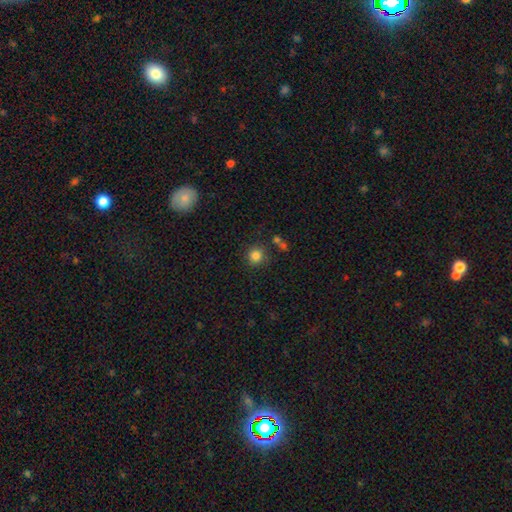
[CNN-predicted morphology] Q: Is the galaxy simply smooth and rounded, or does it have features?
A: smooth — 84%.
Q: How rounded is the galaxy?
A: round — 92%.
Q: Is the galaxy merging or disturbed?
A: none — 82%.